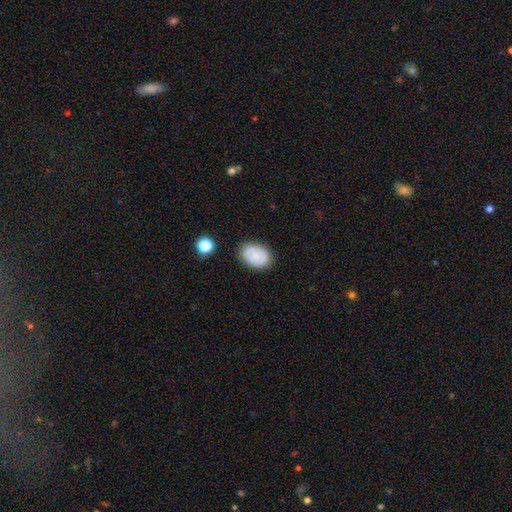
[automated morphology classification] A smooth galaxy with no disk features (70%) that is in between round and cigar-shaped (81%).

Vote fractions:
- Smooth or featured? smooth: 70% / featured or disk: 23% / star or artifact: 8%
- How rounded? in between: 81% / round: 18% / cigar-shaped: 1%
- Merging? none: 83% / minor disturbance: 12% / major disturbance: 3% / merger: 2%